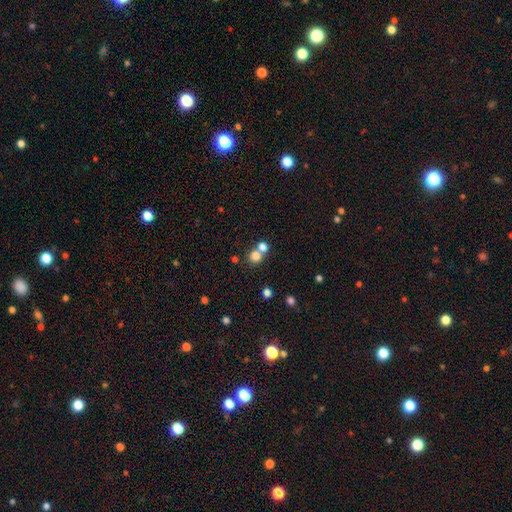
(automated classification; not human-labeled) smooth-or-featured: smooth: 77% | star or artifact: 14% | featured or disk: 9%
  how-rounded: round: 85% | in between: 14% | cigar-shaped: 1%
  merging: none: 49% | merger: 42% | minor disturbance: 6% | major disturbance: 3%